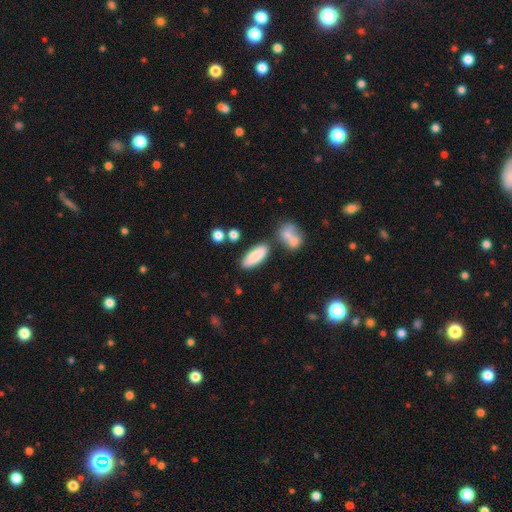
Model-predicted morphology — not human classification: This appears to be a smooth galaxy with no disk features (84%) that is in between round and cigar-shaped (71%). Merging: none (70%).